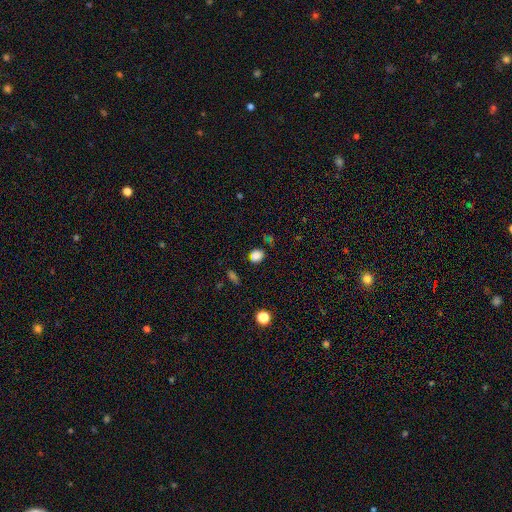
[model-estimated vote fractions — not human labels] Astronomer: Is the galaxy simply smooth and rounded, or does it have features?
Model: smooth — 79%.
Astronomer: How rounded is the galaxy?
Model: round — 65%.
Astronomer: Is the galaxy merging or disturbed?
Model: none — 79%.